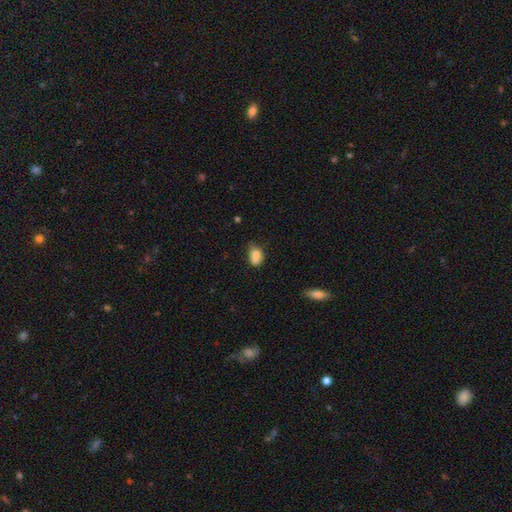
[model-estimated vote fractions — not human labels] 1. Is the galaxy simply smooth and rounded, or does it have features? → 81% smooth, 10% featured or disk, 9% star or artifact.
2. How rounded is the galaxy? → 81% in between, 18% round, 2% cigar-shaped.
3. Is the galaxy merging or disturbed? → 47% none, 36% minor disturbance, 9% major disturbance, 8% merger.